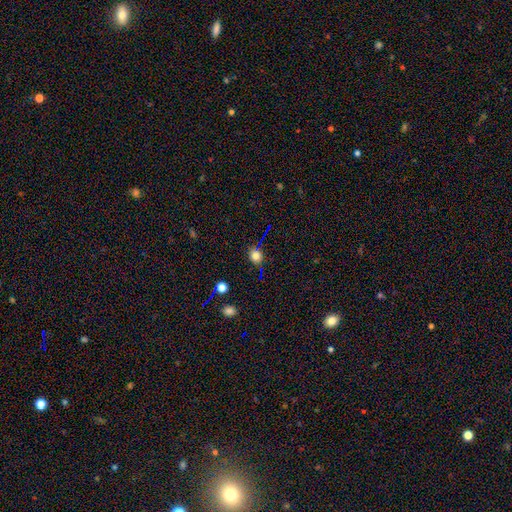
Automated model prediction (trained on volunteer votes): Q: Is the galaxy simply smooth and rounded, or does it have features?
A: smooth — 75%.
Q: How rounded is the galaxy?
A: round — 82%.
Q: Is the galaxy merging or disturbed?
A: none — 81%.